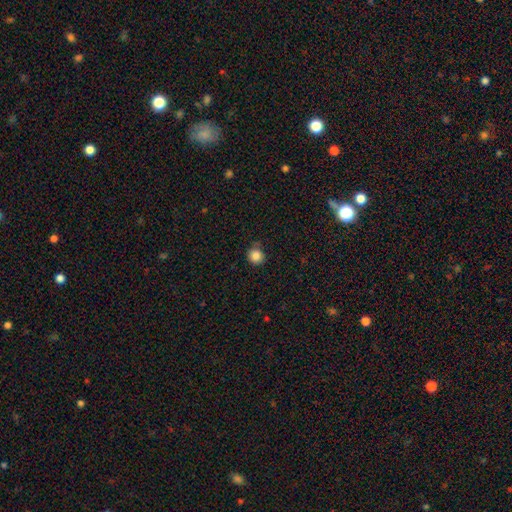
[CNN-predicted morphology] smooth-or-featured: smooth: 85% | star or artifact: 11% | featured or disk: 4%
  how-rounded: round: 91% | in between: 8% | cigar-shaped: 1%
  merging: none: 76% | minor disturbance: 19% | major disturbance: 3% | merger: 2%